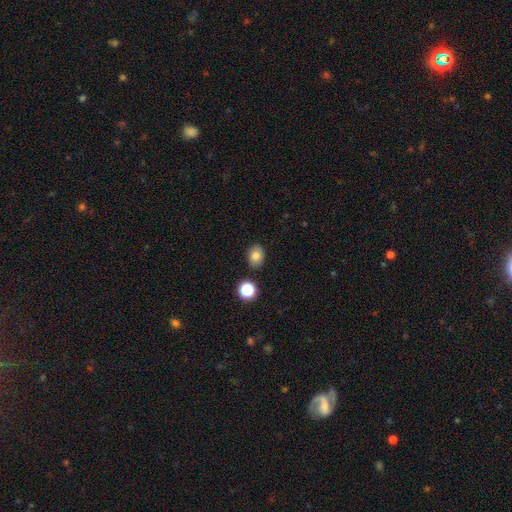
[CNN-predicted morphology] Smooth or featured? Predicted: smooth (p=0.80). How rounded? Predicted: in between (p=0.58). Merging? Predicted: none (p=0.86).